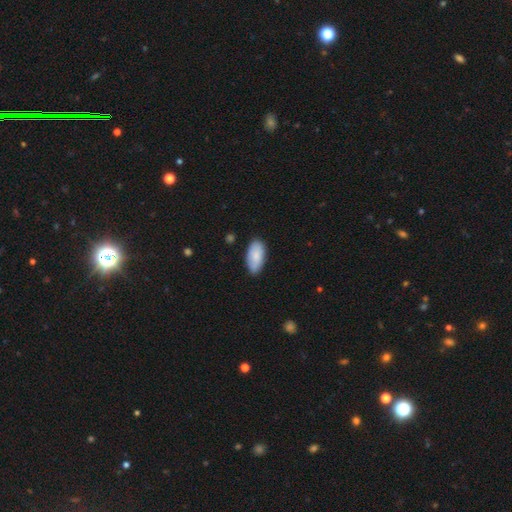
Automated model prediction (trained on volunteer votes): smooth-or-featured: smooth: 81% | featured or disk: 14% | star or artifact: 6%
  how-rounded: in between: 94% | cigar-shaped: 4% | round: 2%
  merging: none: 80% | minor disturbance: 16% | major disturbance: 2% | merger: 1%